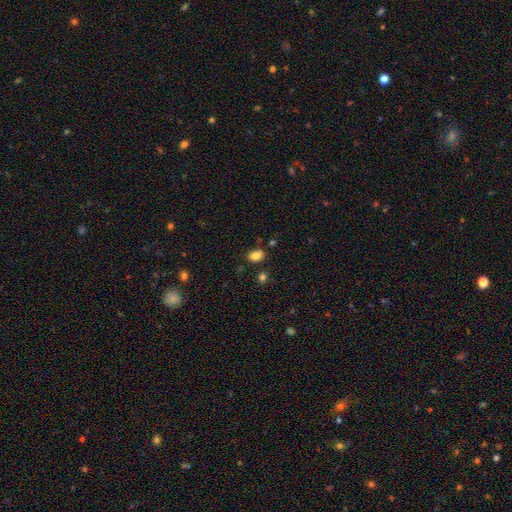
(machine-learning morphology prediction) Q: Smooth or featured?
A: smooth (83%); runner-up: star or artifact (11%)
Q: How rounded?
A: in between (74%); runner-up: round (25%)
Q: Merging?
A: none (79%); runner-up: minor disturbance (12%)